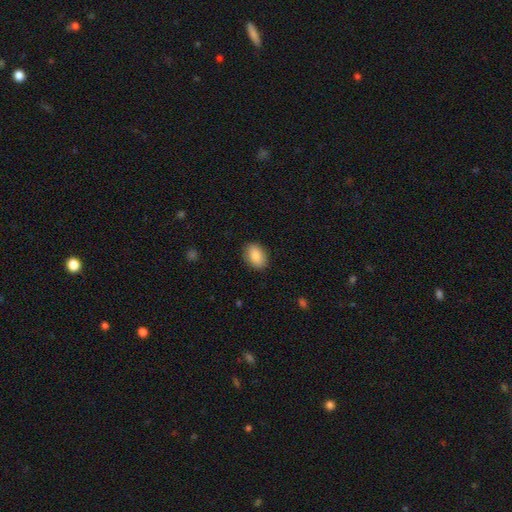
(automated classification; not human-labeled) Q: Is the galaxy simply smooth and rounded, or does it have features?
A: smooth — 87%.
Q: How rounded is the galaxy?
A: in between — 84%.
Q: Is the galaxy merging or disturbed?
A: none — 87%.